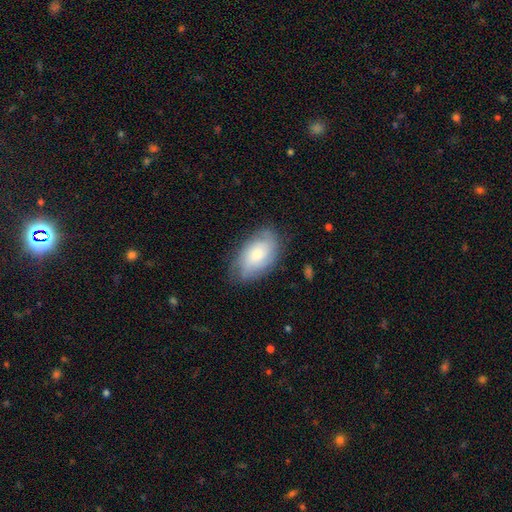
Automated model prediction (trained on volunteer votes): smooth-or-featured: smooth: 50% | featured or disk: 43% | star or artifact: 8%
  merging: none: 73% | minor disturbance: 21% | major disturbance: 5% | merger: 1%